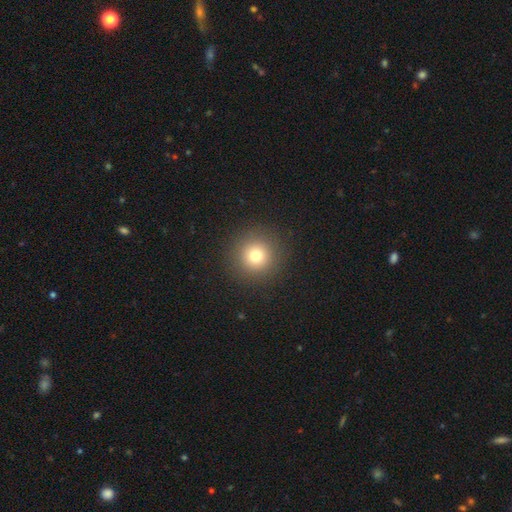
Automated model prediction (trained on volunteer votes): A smooth galaxy with no disk features (77%) that is round (95%). Merging: none (91%).